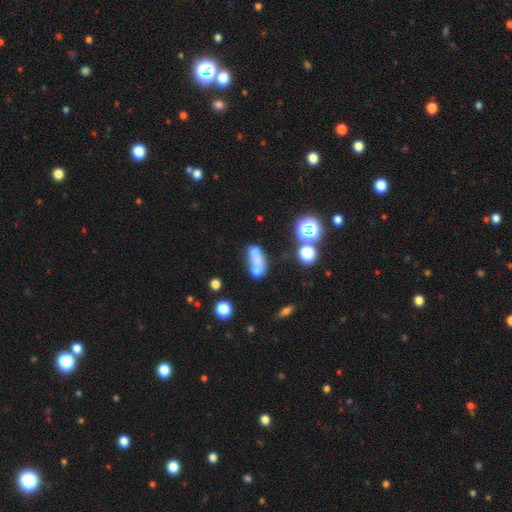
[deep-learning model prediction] Overall: smooth (54%; featured or disk 29%). How rounded: in between (74%). Merging: merger (44%; none 26%).